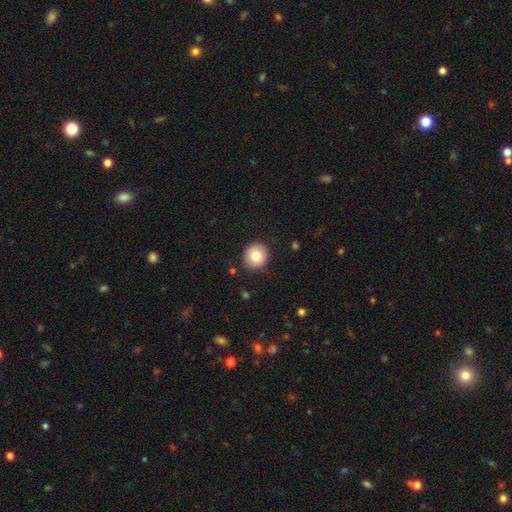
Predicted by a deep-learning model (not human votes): Smooth or featured? smooth (80%)
How rounded? round (92%)
Merging? none (90%)